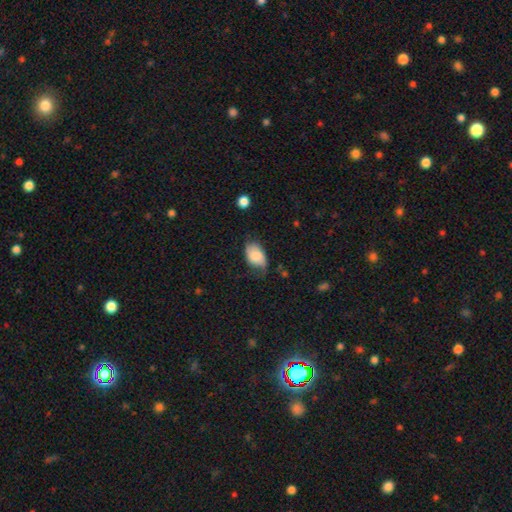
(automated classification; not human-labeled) A smooth galaxy with no disk features (73%) that is in between round and cigar-shaped (88%).

Vote fractions:
- Smooth or featured? smooth: 73% / featured or disk: 19% / star or artifact: 8%
- How rounded? in between: 88% / round: 11% / cigar-shaped: 1%
- Merging? none: 45% / minor disturbance: 38% / major disturbance: 15% / merger: 2%